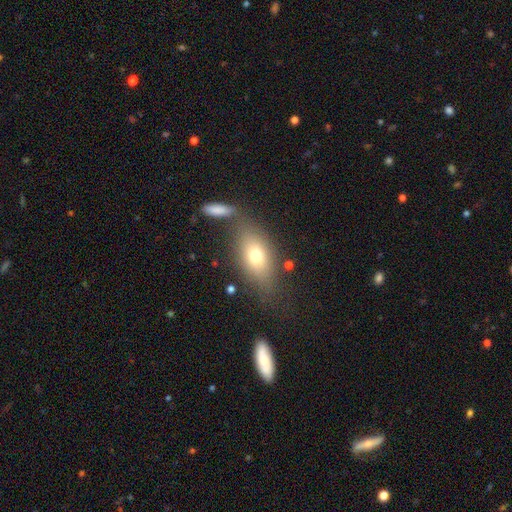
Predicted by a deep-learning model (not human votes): A smooth galaxy with no disk features (70%) that is in between round and cigar-shaped (81%).

Vote fractions:
- Smooth or featured? smooth: 70% / featured or disk: 20% / star or artifact: 9%
- How rounded? in between: 81% / cigar-shaped: 11% / round: 8%
- Merging? none: 64% / minor disturbance: 16% / merger: 13% / major disturbance: 7%